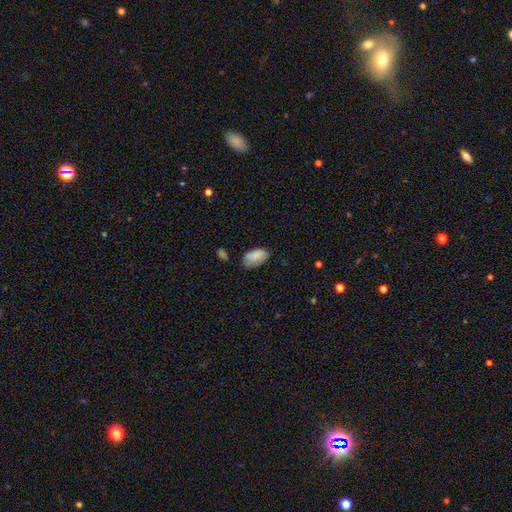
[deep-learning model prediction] smooth_or_featured: smooth (p=0.81) [alt: featured or disk p=0.12]
how_rounded: in between (p=0.94) [alt: round p=0.03]
merging: none (p=0.56) [alt: minor disturbance p=0.32]